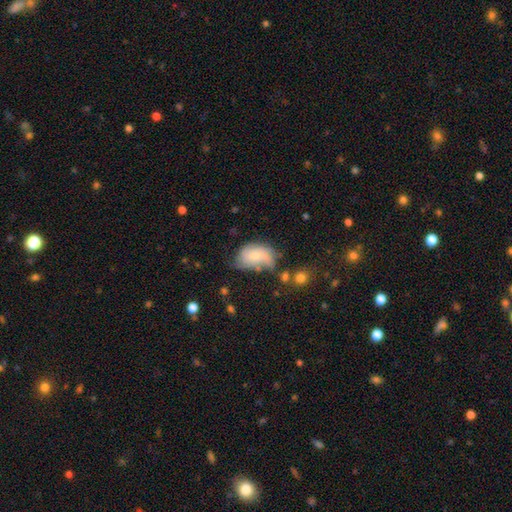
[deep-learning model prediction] Smooth or featured: smooth — 59% (featured or disk — 33%)
How rounded: in between — 86% (round — 13%)
Merging: minor disturbance — 36% (none — 33%)